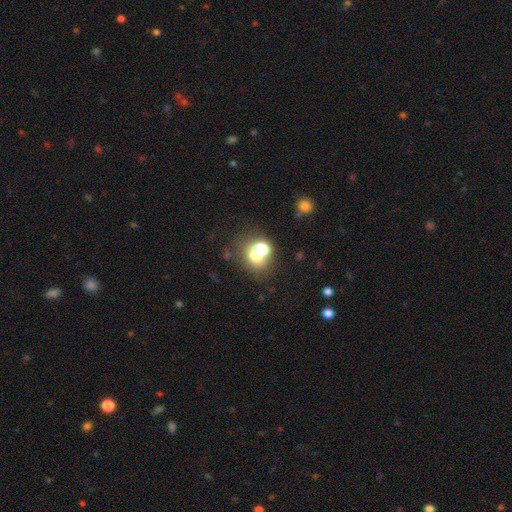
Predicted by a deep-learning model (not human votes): The model was most divided on "merging": none: 45%, merger: 39%, minor disturbance: 9%, major disturbance: 7%. More confident: how rounded — round (70%); smooth or featured — smooth (59%).